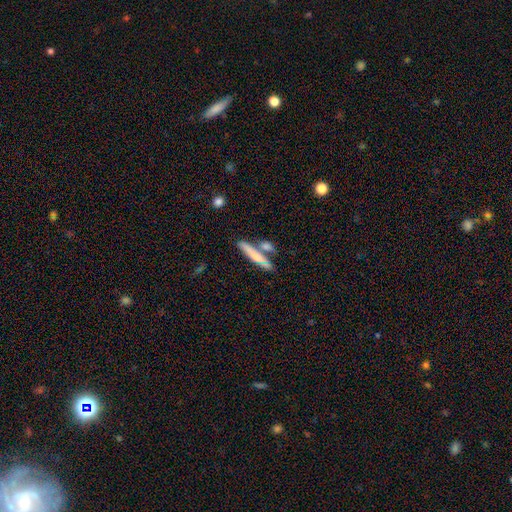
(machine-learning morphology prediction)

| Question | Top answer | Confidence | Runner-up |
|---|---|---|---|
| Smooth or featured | smooth | 64% | featured or disk (30%) |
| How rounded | cigar-shaped | 87% | in between (11%) |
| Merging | none | 59% | merger (23%) |